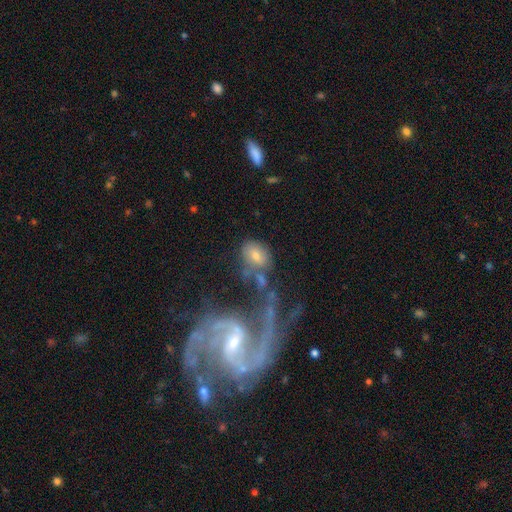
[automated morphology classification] This appears to be a smooth galaxy with no disk features (68%) that is in between round and cigar-shaped (71%). Merging: none (47%).